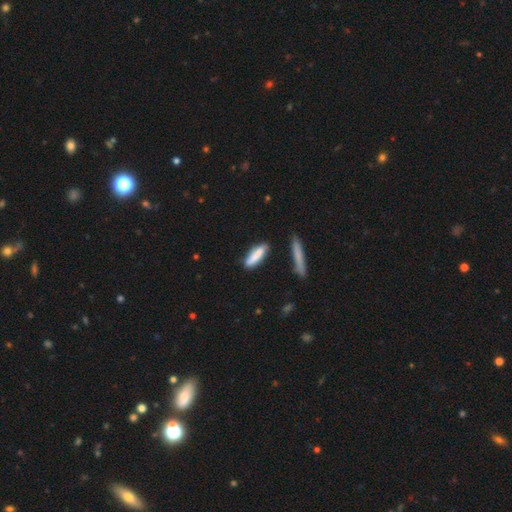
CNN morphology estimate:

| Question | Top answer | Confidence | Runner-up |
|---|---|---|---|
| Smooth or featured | smooth | 77% | featured or disk (17%) |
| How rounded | cigar-shaped | 65% | in between (33%) |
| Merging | none | 73% | minor disturbance (17%) |